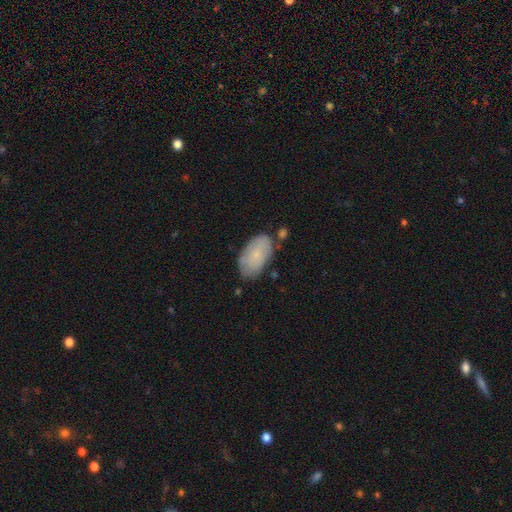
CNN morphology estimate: Q: Smooth or featured?
A: smooth (68%); runner-up: featured or disk (26%)
Q: How rounded?
A: in between (94%); runner-up: round (4%)
Q: Merging?
A: none (68%); runner-up: minor disturbance (21%)